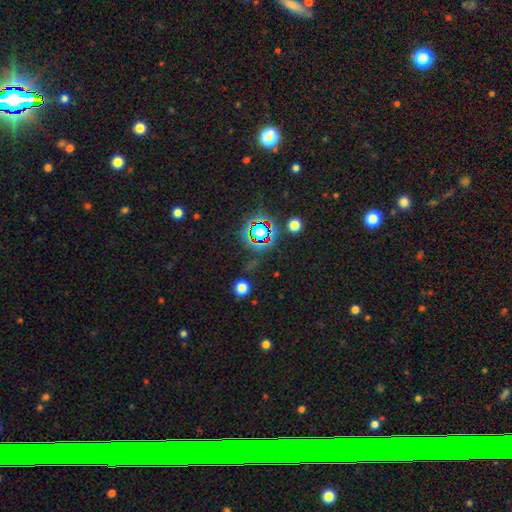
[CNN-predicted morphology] The model was most divided on "smooth or featured": star or artifact: 79%, smooth: 13%, featured or disk: 8%.